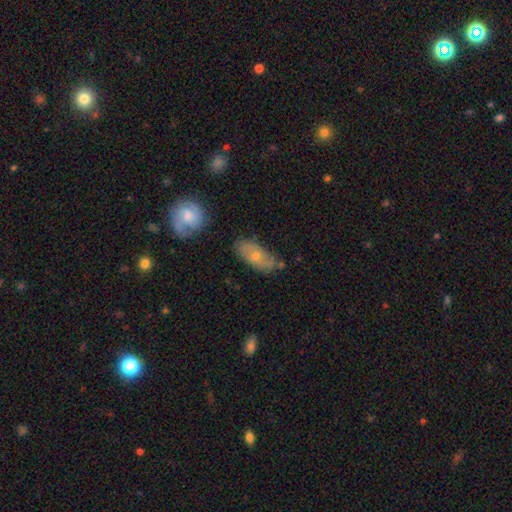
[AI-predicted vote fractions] smooth-or-featured: smooth: 47% | featured or disk: 44% | star or artifact: 8%
  merging: none: 67% | minor disturbance: 23% | major disturbance: 6% | merger: 4%